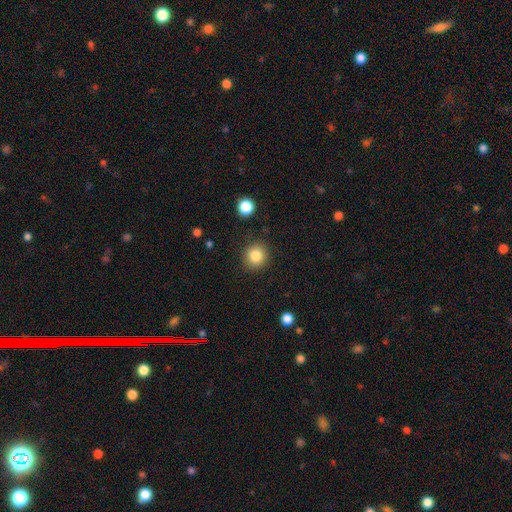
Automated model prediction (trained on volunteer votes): Morphology: type=smooth (84%); roundness=round (90%); merging=none (88%).